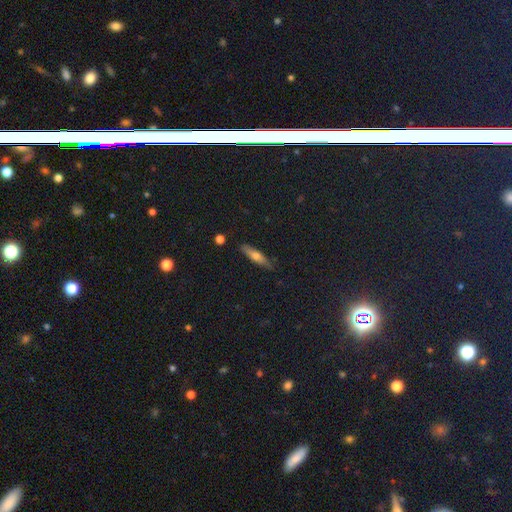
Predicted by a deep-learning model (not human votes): Smooth or featured? Predicted: smooth (p=0.51). How rounded? Predicted: cigar-shaped (p=0.77). Merging? Predicted: none (p=0.85).